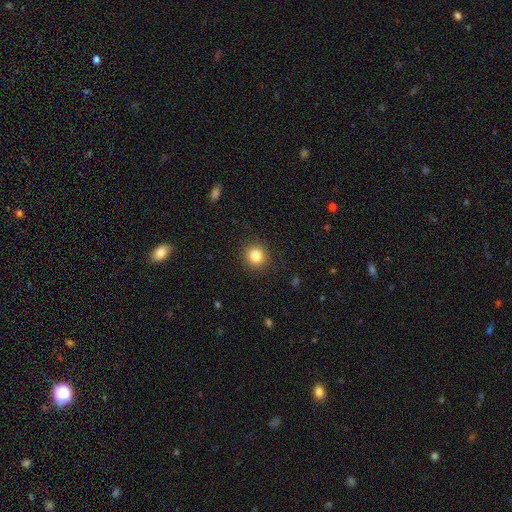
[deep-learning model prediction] Q: Smooth or featured?
A: smooth (84%); runner-up: star or artifact (11%)
Q: How rounded?
A: round (90%); runner-up: in between (9%)
Q: Merging?
A: none (90%); runner-up: minor disturbance (7%)